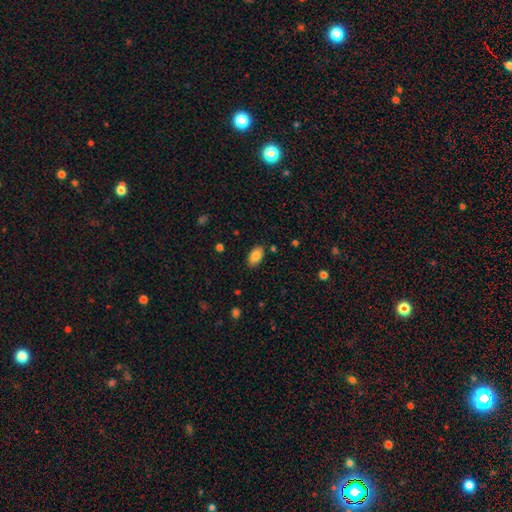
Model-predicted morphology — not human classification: A smooth galaxy with no disk features (86%) that is in between round and cigar-shaped (94%). Merging: none (85%).